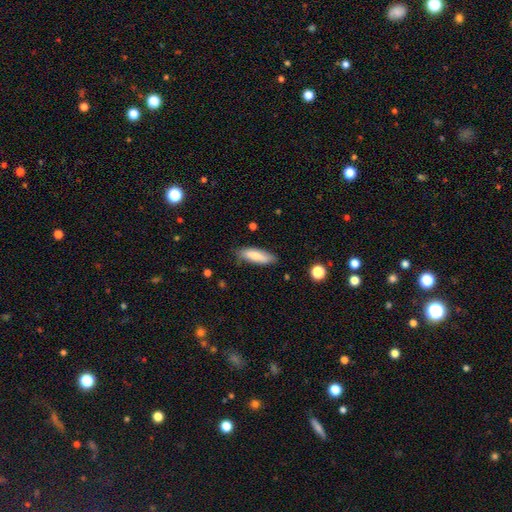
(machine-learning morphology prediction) Smooth or featured? Predicted: smooth (p=0.79). How rounded? Predicted: in between (p=0.52). Merging? Predicted: none (p=0.80).